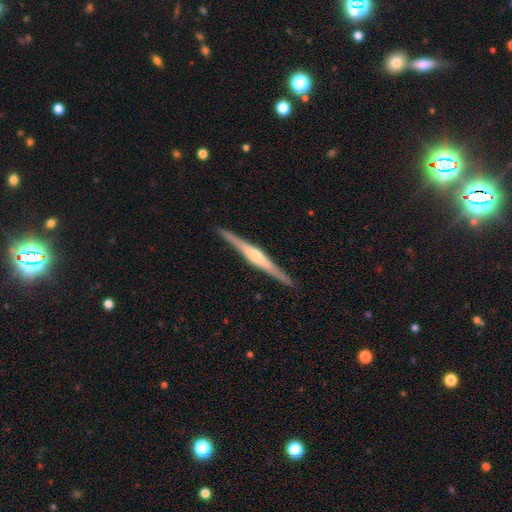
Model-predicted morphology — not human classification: featured or disk 76%, smooth 19%, star or artifact 5%. Down the decision tree: edge-on disk — yes (98%); edge-on bulge — rounded (78%); merging — none (91%).